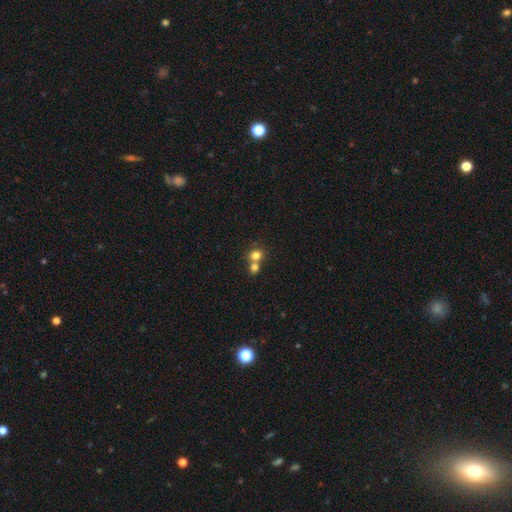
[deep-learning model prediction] Smooth or featured? smooth (78%)
How rounded? round (77%)
Merging? merger (54%)